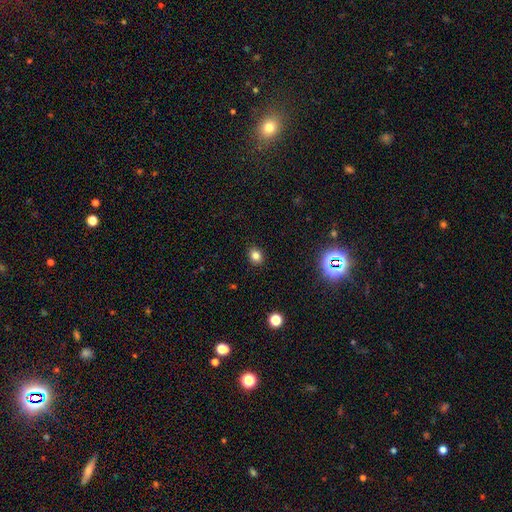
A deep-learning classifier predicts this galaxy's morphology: A smooth galaxy with no disk features (80%) that is in between round and cigar-shaped (50%). Merging: none (89%).